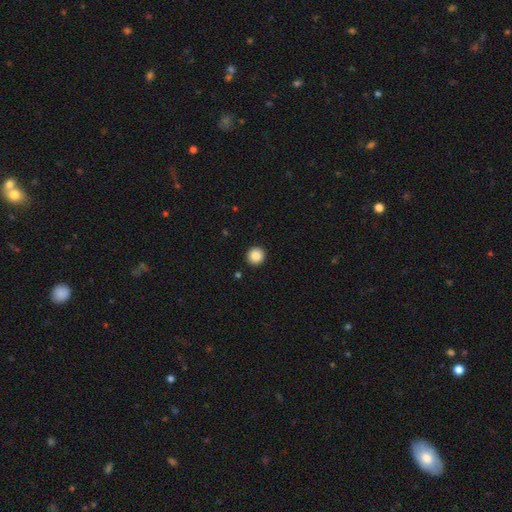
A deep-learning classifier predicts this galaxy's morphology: smooth-or-featured: smooth: 87% | star or artifact: 9% | featured or disk: 3%
  how-rounded: round: 95% | in between: 4% | cigar-shaped: 1%
  merging: none: 93% | minor disturbance: 4% | major disturbance: 2% | merger: 1%